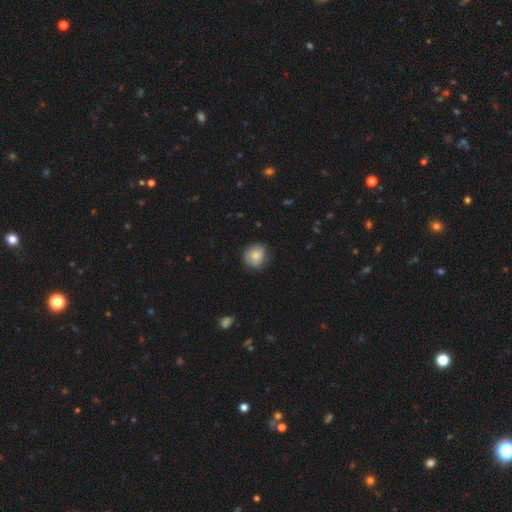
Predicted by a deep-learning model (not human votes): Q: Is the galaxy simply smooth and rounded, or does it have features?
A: smooth — 76%.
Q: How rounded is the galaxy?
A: round — 83%.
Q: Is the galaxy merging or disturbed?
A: none — 76%.